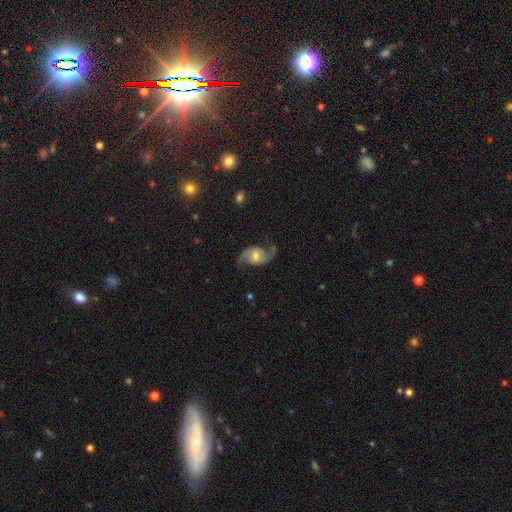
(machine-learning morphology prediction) Smooth or featured? Predicted: featured or disk (p=0.85). Edge-on disk? Predicted: no (p=0.97). Bar? Predicted: weak (p=0.47). Spiral arms? Predicted: yes (p=0.96). Spiral winding? Predicted: loose (p=0.59). Spiral arm count? Predicted: 2 (p=0.93). Bulge size? Predicted: moderate (p=0.51). Merging? Predicted: none (p=0.75).